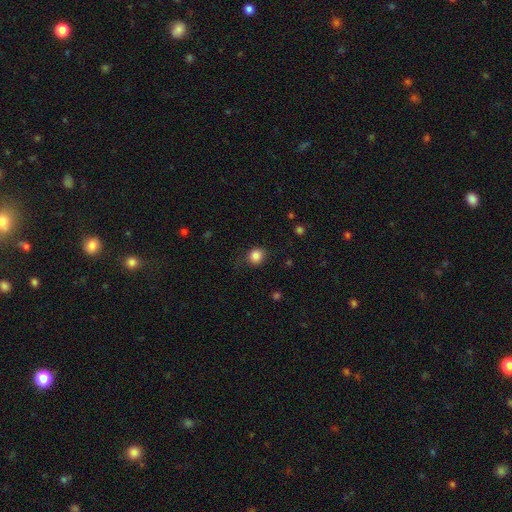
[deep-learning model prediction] Morphology: type=smooth (85%); roundness=round (81%); merging=none (81%).